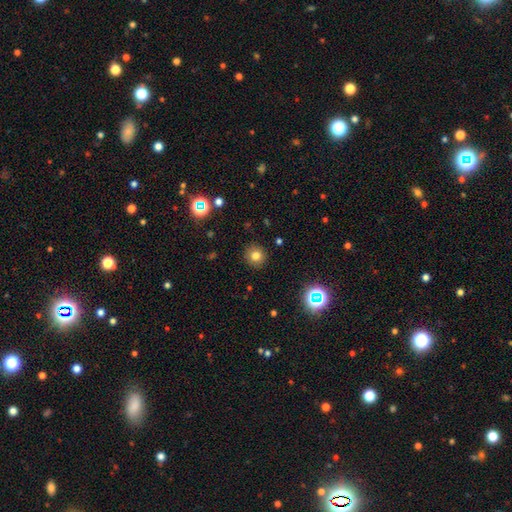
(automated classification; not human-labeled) smooth 77%, star or artifact 16%, featured or disk 7%. Down the decision tree: how rounded — round (92%); merging — none (91%).